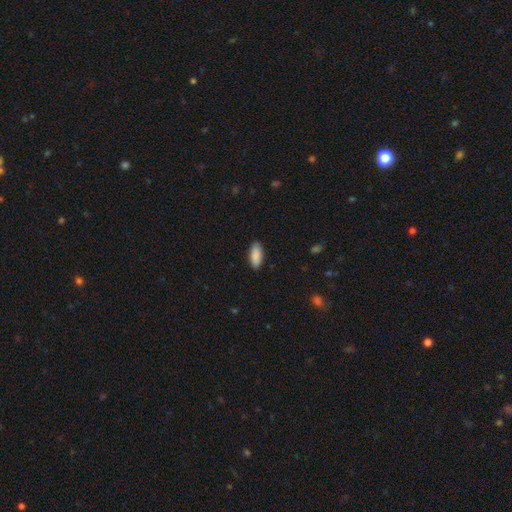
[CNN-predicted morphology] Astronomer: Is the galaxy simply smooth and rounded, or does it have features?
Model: smooth — 87%.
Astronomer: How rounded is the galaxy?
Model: in between — 85%.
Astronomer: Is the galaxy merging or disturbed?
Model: none — 86%.